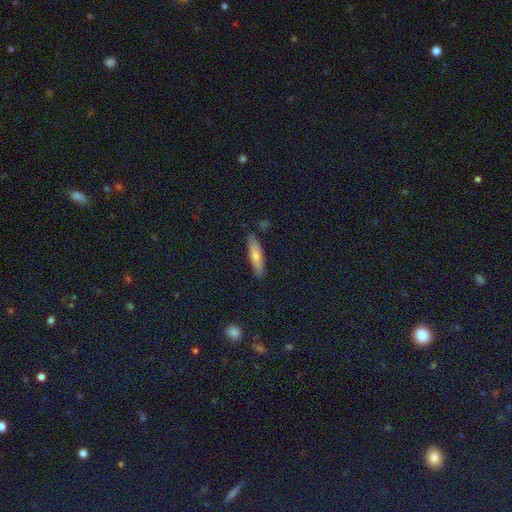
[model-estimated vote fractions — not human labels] This is likely a smooth galaxy (68%). How rounded: likely cigar-shaped (63%). Merging: clearly none (86%).